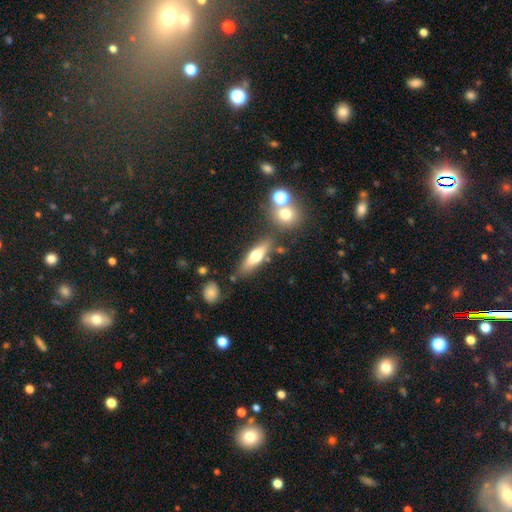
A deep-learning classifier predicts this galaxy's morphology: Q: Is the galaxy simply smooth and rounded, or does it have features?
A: smooth — 58%.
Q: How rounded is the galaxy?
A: cigar-shaped — 53%.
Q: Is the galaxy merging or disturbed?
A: none — 72%.